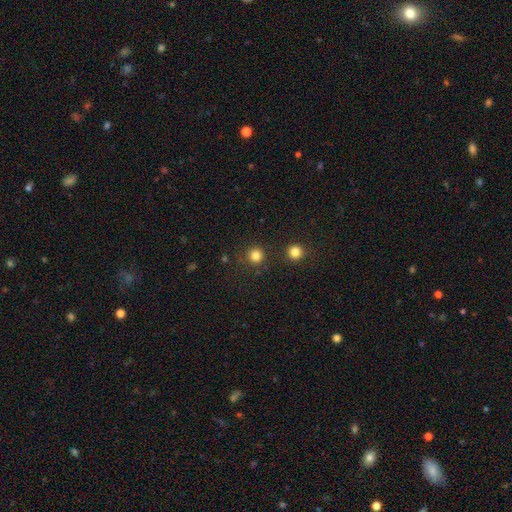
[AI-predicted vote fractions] Smooth or featured?
  - smooth: 82% *
  - star or artifact: 14%
  - featured or disk: 4%
How rounded?
  - round: 95% *
  - in between: 5%
  - cigar-shaped: 1%
Merging?
  - none: 87% *
  - minor disturbance: 6%
  - merger: 4%
  - major disturbance: 3%